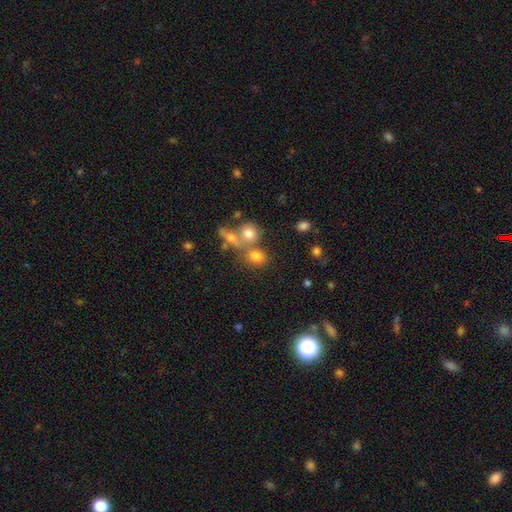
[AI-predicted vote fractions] This is likely a smooth galaxy (71%). How rounded: likely round (68%). Merging: possibly none (52%).